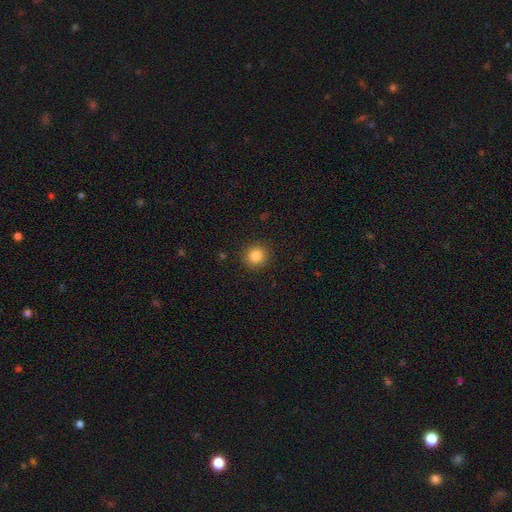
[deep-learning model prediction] A smooth galaxy with no disk features (85%) that is round (88%).

Vote fractions:
- Smooth or featured? smooth: 85% / star or artifact: 10% / featured or disk: 5%
- How rounded? round: 88% / in between: 11% / cigar-shaped: 1%
- Merging? none: 90% / minor disturbance: 6% / major disturbance: 2% / merger: 1%